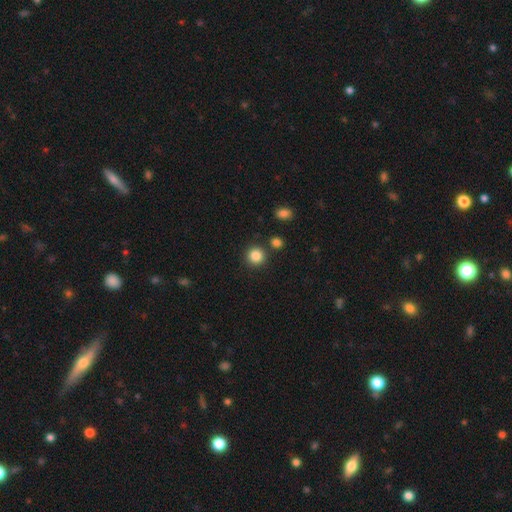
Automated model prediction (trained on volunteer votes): smooth-or-featured: smooth: 86% | star or artifact: 10% | featured or disk: 4%
  how-rounded: round: 93% | in between: 6% | cigar-shaped: 1%
  merging: none: 86% | minor disturbance: 7% | merger: 5% | major disturbance: 2%